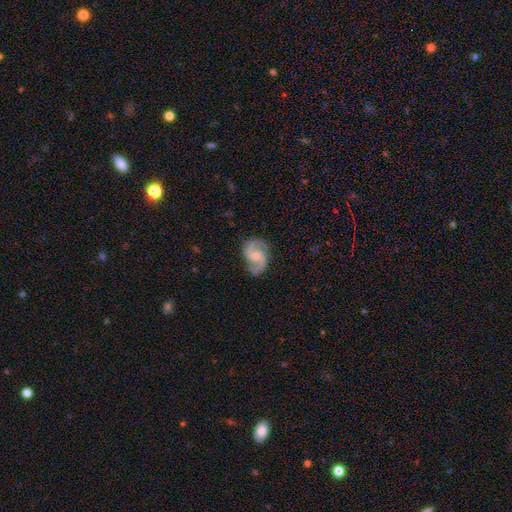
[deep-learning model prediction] Q: Smooth or featured?
A: featured or disk (90%); runner-up: smooth (5%)
Q: Edge-on disk?
A: no (98%); runner-up: yes (2%)
Q: Bar?
A: no (50%); runner-up: weak (43%)
Q: Spiral arms?
A: yes (98%); runner-up: no (2%)
Q: Spiral winding?
A: medium (61%); runner-up: loose (23%)
Q: Spiral arm count?
A: 2 (94%); runner-up: can't tell (2%)
Q: Bulge size?
A: small (47%); runner-up: moderate (43%)
Q: Merging?
A: none (81%); runner-up: minor disturbance (14%)